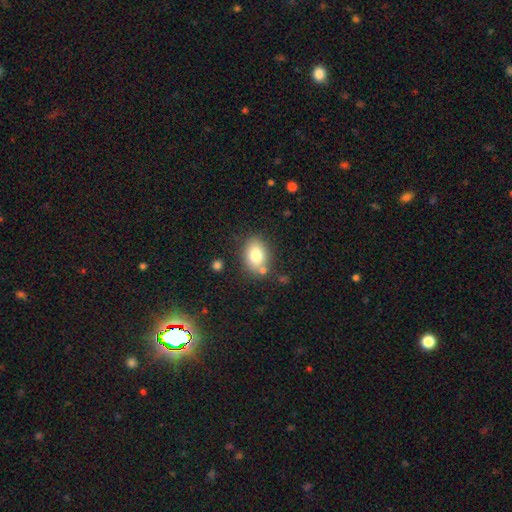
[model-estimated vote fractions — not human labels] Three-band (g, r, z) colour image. It shows a smooth galaxy with no disk features (79%) that is in between round and cigar-shaped (75%). Merging: none (74%).